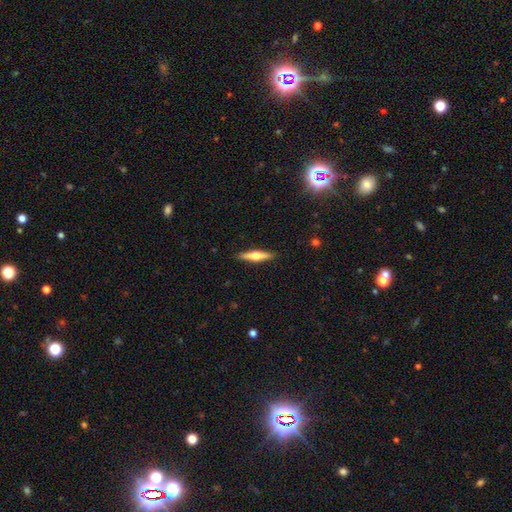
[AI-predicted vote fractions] featured or disk 55%, smooth 39%, star or artifact 5%. Down the decision tree: edge-on disk — yes (96%); edge-on bulge — rounded (93%); merging — none (90%).